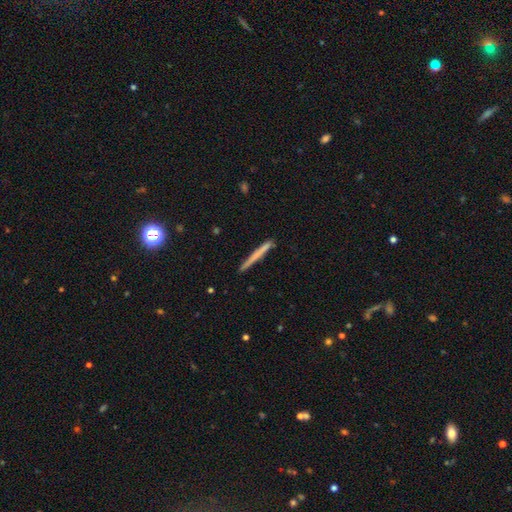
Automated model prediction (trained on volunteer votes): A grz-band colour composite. It shows a smooth galaxy with no disk features (61%) that is cigar-shaped (97%). Merging: none (88%).